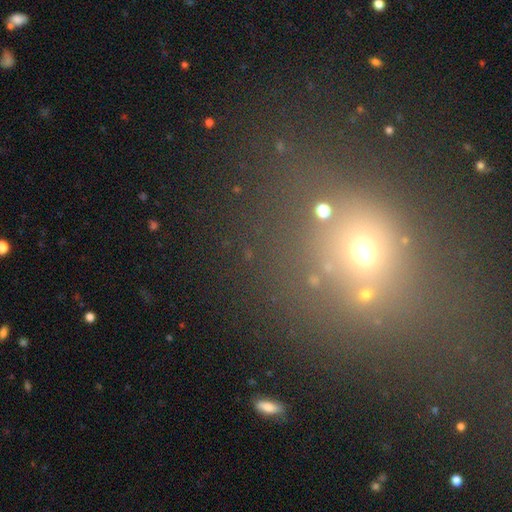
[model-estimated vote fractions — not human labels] Smooth or featured? Predicted: star or artifact (p=0.46).